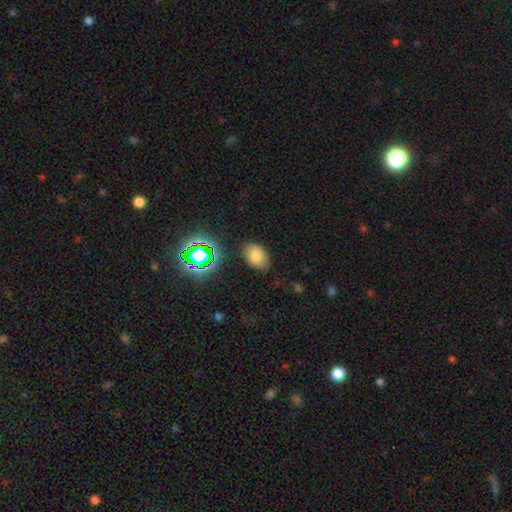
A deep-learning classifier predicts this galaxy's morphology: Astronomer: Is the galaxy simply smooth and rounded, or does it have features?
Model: smooth — 74%.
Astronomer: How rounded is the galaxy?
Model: in between — 81%.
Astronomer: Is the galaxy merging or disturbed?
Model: none — 81%.